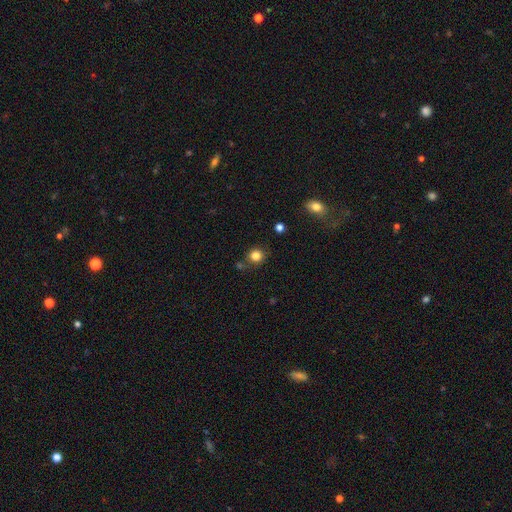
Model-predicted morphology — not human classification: type=smooth (83%); roundness=round (89%); merging=none (78%).